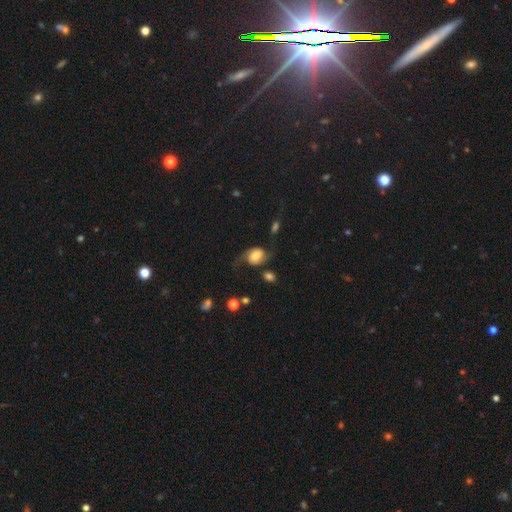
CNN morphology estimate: A featured or disk galaxy (55%) with no bar (53%), spiral arms (90%) and a moderate central bulge (37%). Merging: none (58%).